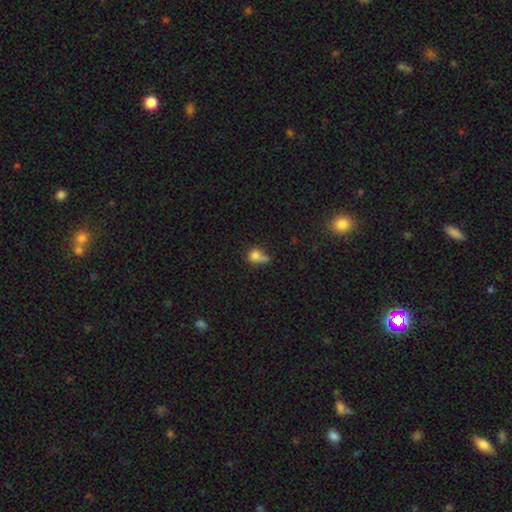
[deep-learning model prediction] This is likely a smooth galaxy (74%). How rounded: possibly round (52%). Merging: marginally none (30%).